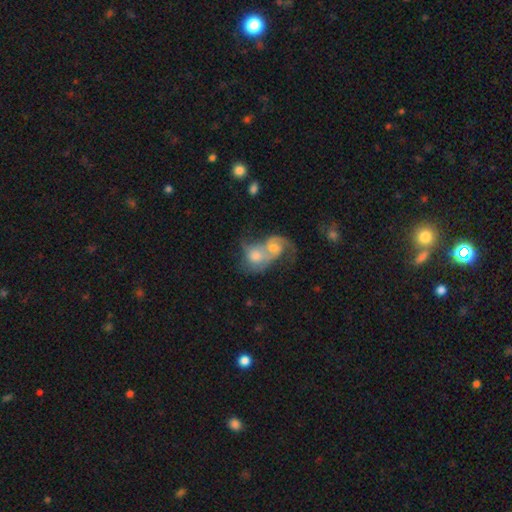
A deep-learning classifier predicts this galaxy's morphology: Smooth or featured?
  - featured or disk: 52% *
  - smooth: 40%
  - star or artifact: 8%
Edge-on disk?
  - no: 97% *
  - yes: 3%
Bar?
  - no: 70% *
  - weak: 25%
  - strong: 5%
Spiral arms?
  - yes: 70% *
  - no: 30%
Bulge size?
  - moderate: 51% *
  - small: 23%
  - large: 14%
  - none: 9%
  - dominant: 3%
Merging?
  - merger: 82% *
  - none: 8%
  - major disturbance: 6%
  - minor disturbance: 4%